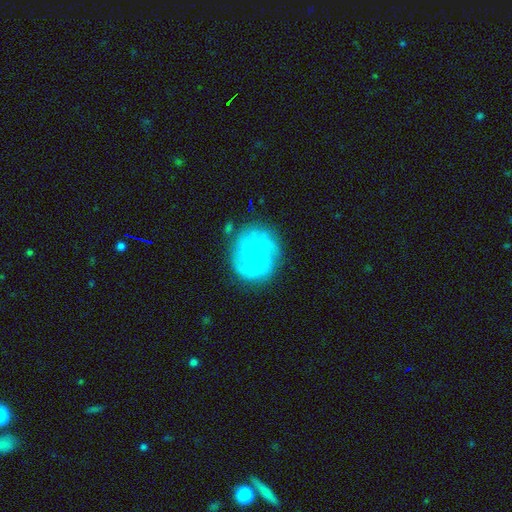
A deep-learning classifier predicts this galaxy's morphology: Smooth or featured?
  - featured or disk: 80% *
  - smooth: 14%
  - star or artifact: 6%
Edge-on disk?
  - no: 98% *
  - yes: 2%
Bar?
  - no: 74% *
  - weak: 23%
  - strong: 4%
Spiral arms?
  - yes: 95% *
  - no: 5%
Spiral winding?
  - tight: 60% *
  - medium: 32%
  - loose: 8%
Spiral arm count?
  - 2: 39% *
  - 3: 24%
  - can't tell: 20%
  - 4: 6%
  - 1: 5%
  - more than 4: 5%
Bulge size?
  - small: 84% *
  - moderate: 11%
  - none: 3%
  - large: 1%
  - dominant: 1%
Merging?
  - none: 78% *
  - minor disturbance: 15%
  - major disturbance: 5%
  - merger: 2%